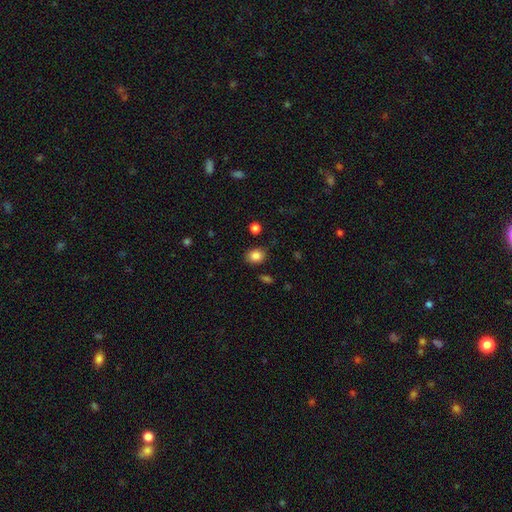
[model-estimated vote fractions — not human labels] Q: Smooth or featured?
A: smooth (85%); runner-up: star or artifact (10%)
Q: How rounded?
A: round (58%); runner-up: in between (41%)
Q: Merging?
A: none (82%); runner-up: minor disturbance (12%)